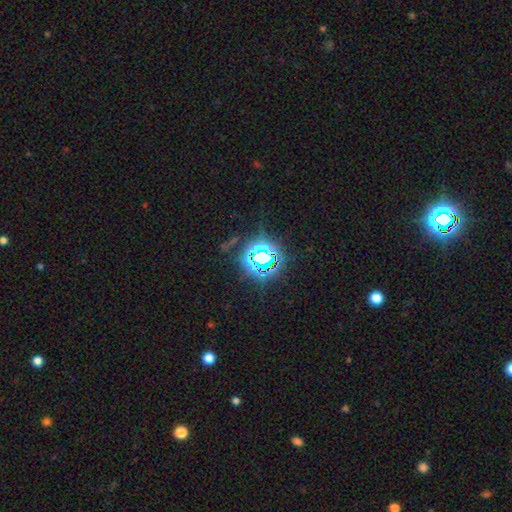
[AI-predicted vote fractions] Smooth or featured? star or artifact (78%)